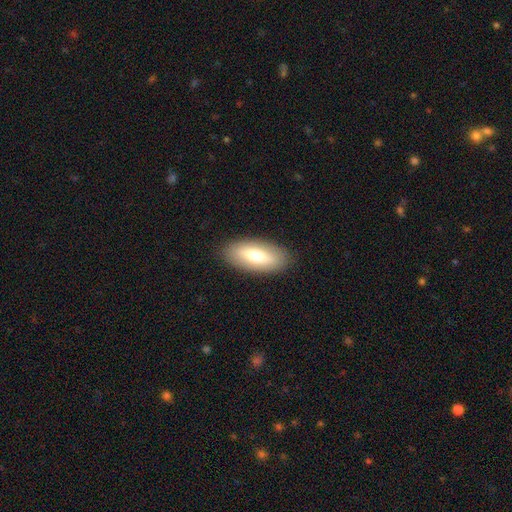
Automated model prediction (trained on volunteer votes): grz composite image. It shows a smooth galaxy with no disk features (70%) that is in between round and cigar-shaped (86%). Merging: none (88%).